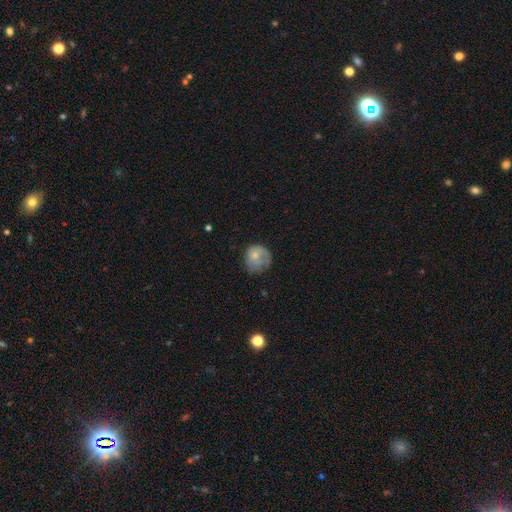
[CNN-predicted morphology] The model was most divided on "merging": none: 43%, minor disturbance: 32%, major disturbance: 23%, merger: 2%. More confident: how rounded — round (79%); smooth or featured — smooth (66%).